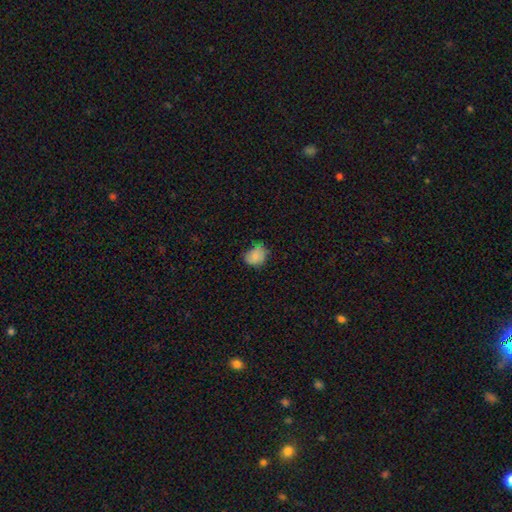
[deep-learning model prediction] Smooth or featured?
  - smooth: 77% *
  - featured or disk: 14%
  - star or artifact: 9%
How rounded?
  - round: 55% *
  - in between: 44%
  - cigar-shaped: 1%
Merging?
  - none: 55% *
  - minor disturbance: 36%
  - major disturbance: 8%
  - merger: 1%